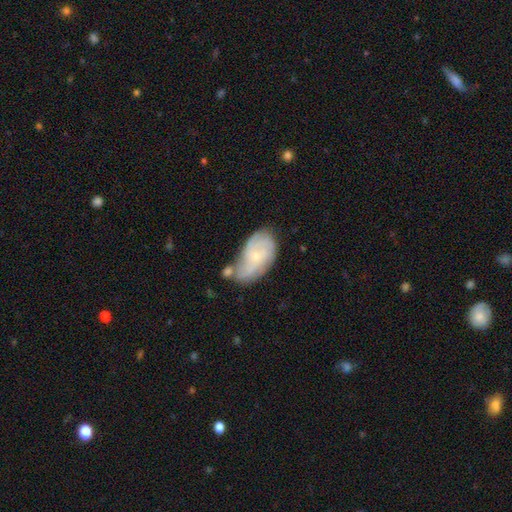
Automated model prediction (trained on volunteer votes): Smooth or featured?
  - featured or disk: 59% *
  - smooth: 33%
  - star or artifact: 8%
Edge-on disk?
  - no: 95% *
  - yes: 5%
Bar?
  - no: 73% *
  - weak: 23%
  - strong: 4%
Spiral arms?
  - yes: 79% *
  - no: 21%
Bulge size?
  - small: 73% *
  - moderate: 22%
  - none: 3%
  - large: 1%
  - dominant: 1%
Merging?
  - none: 44% *
  - minor disturbance: 29%
  - merger: 15%
  - major disturbance: 11%